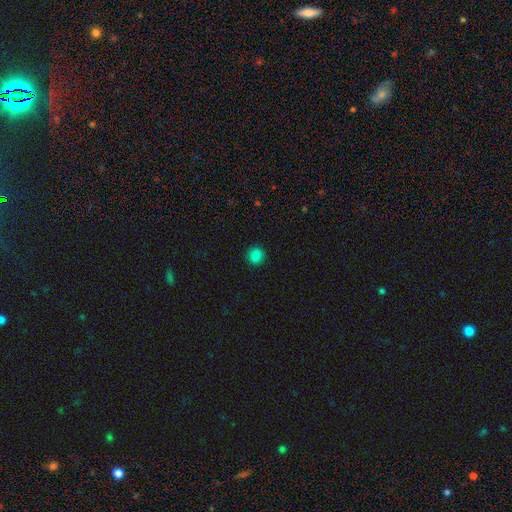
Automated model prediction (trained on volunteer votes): Q: Smooth or featured?
A: smooth (85%); runner-up: star or artifact (12%)
Q: How rounded?
A: round (91%); runner-up: in between (8%)
Q: Merging?
A: none (92%); runner-up: minor disturbance (5%)